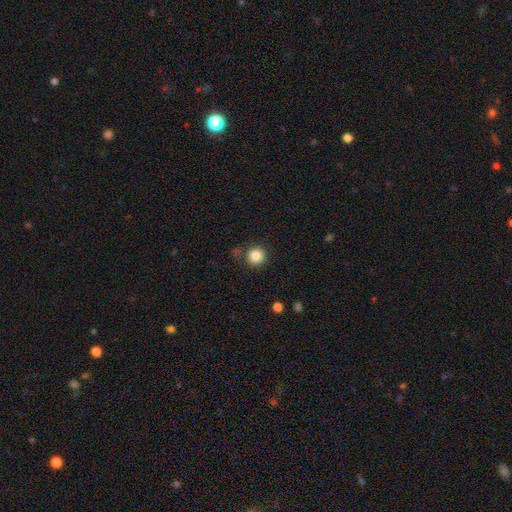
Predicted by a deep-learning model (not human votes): Overall: smooth (84%). How rounded: round (94%). Merging: none (85%).